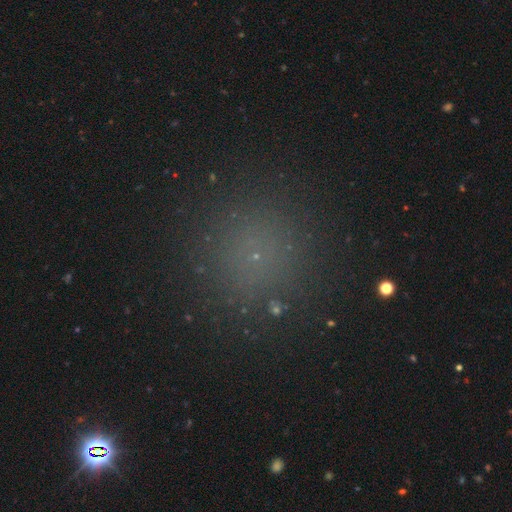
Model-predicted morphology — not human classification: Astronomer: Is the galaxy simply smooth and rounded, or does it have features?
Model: smooth — 64%.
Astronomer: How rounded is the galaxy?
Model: round — 95%.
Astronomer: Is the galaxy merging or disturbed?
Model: none — 89%.